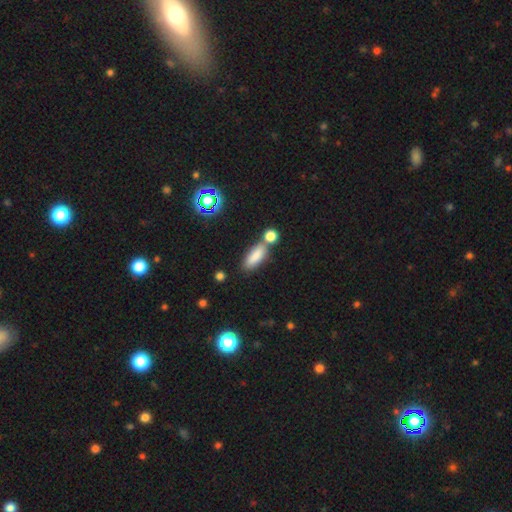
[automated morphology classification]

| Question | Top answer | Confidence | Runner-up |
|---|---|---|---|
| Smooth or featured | smooth | 82% | star or artifact (10%) |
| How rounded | in between | 68% | cigar-shaped (28%) |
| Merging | none | 55% | merger (29%) |